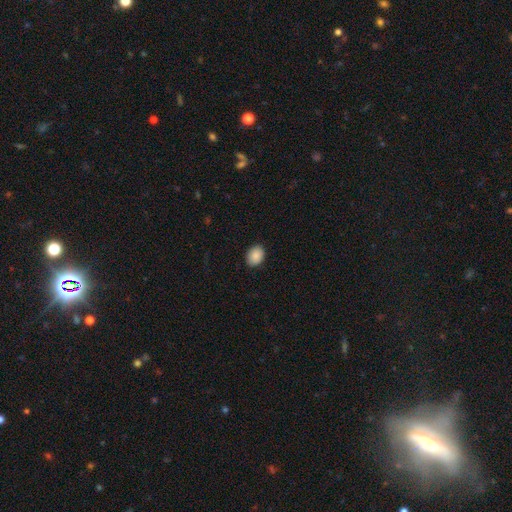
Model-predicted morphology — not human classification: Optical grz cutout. It shows a smooth galaxy with no disk features (89%) that is in between round and cigar-shaped (67%). Merging: none (89%).